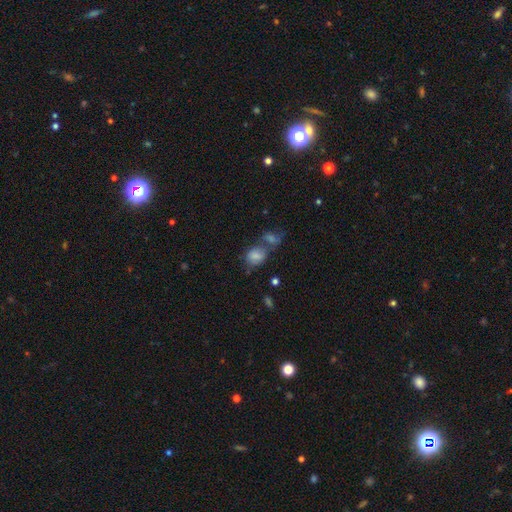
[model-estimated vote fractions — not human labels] A smooth galaxy with no disk features (77%) that is in between round and cigar-shaped (65%). Merging: merger (45%).